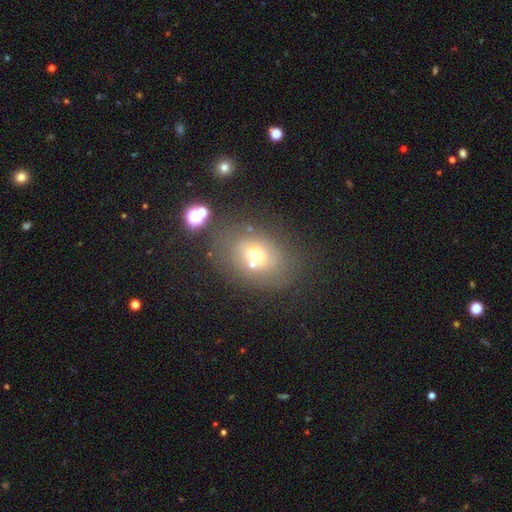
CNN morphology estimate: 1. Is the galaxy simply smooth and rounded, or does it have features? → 61% smooth, 22% featured or disk, 17% star or artifact.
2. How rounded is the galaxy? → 63% in between, 36% round, 1% cigar-shaped.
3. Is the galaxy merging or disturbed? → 61% none, 16% merger, 15% minor disturbance, 8% major disturbance.